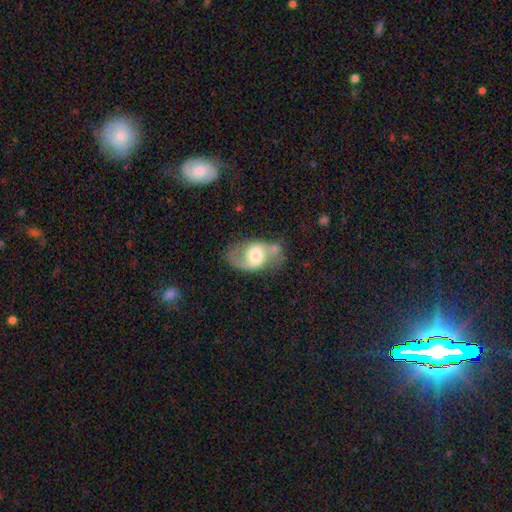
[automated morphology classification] Smooth or featured?
  - featured or disk: 71% *
  - smooth: 22%
  - star or artifact: 7%
Edge-on disk?
  - no: 96% *
  - yes: 4%
Bar?
  - no: 44% *
  - weak: 43%
  - strong: 13%
Spiral arms?
  - yes: 87% *
  - no: 13%
Spiral winding?
  - loose: 47% *
  - medium: 42%
  - tight: 11%
Spiral arm count?
  - 2: 80% *
  - 1: 12%
  - can't tell: 5%
  - 3: 1%
  - 4: 1%
  - more than 4: 1%
Bulge size?
  - moderate: 52% *
  - large: 27%
  - small: 15%
  - dominant: 3%
  - none: 2%
Merging?
  - none: 53% *
  - minor disturbance: 22%
  - major disturbance: 15%
  - merger: 11%